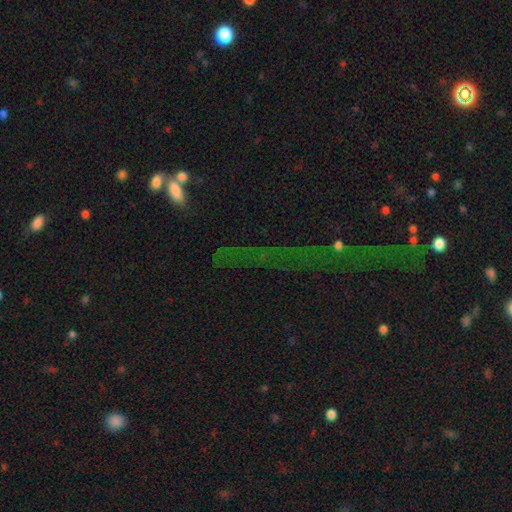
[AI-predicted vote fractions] Q: Smooth or featured?
A: star or artifact (72%); runner-up: smooth (16%)